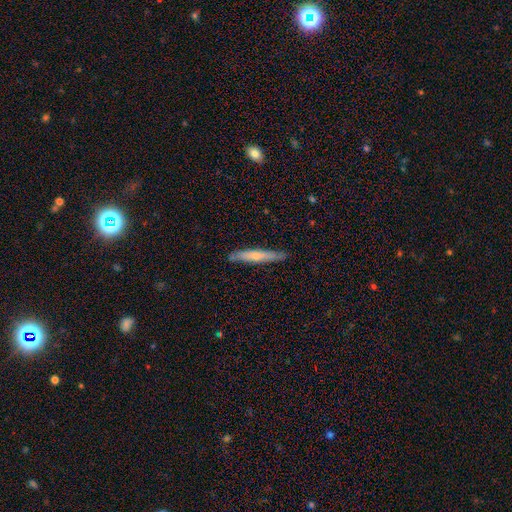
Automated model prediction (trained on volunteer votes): smooth 57%, featured or disk 37%, star or artifact 6%. Down the decision tree: how rounded — cigar-shaped (94%); merging — none (86%).